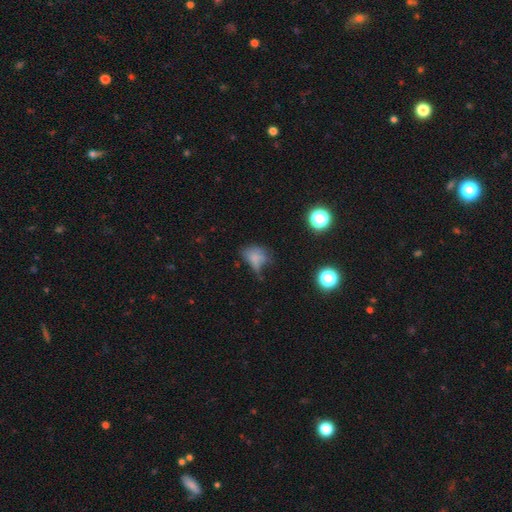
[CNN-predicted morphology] smooth 64%, star or artifact 18%, featured or disk 18%. Down the decision tree: how rounded — in between (68%); merging — major disturbance (32%).